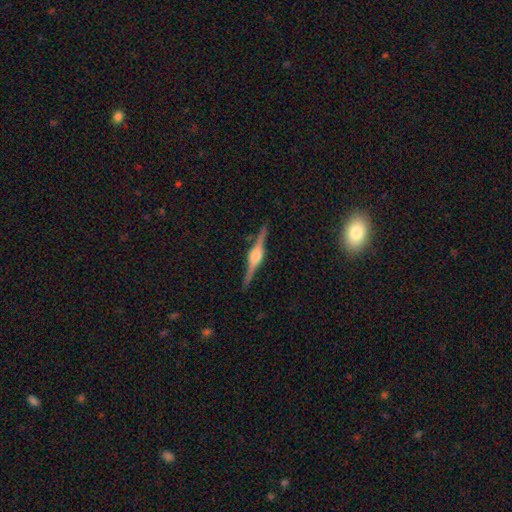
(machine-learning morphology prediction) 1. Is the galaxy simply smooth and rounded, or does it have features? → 87% featured or disk, 8% smooth, 6% star or artifact.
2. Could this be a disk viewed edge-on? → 98% yes, 2% no.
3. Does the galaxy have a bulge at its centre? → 90% rounded, 9% boxy, 2% none.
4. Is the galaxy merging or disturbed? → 91% none, 7% minor disturbance, 1% major disturbance, 1% merger.